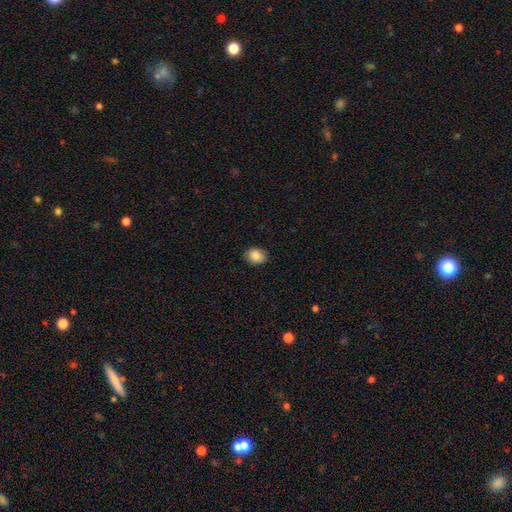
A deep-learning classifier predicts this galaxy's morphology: The model was most divided on "how rounded": in between: 52%, round: 47%, cigar-shaped: 1%. More confident: smooth or featured — smooth (88%); merging — none (88%).